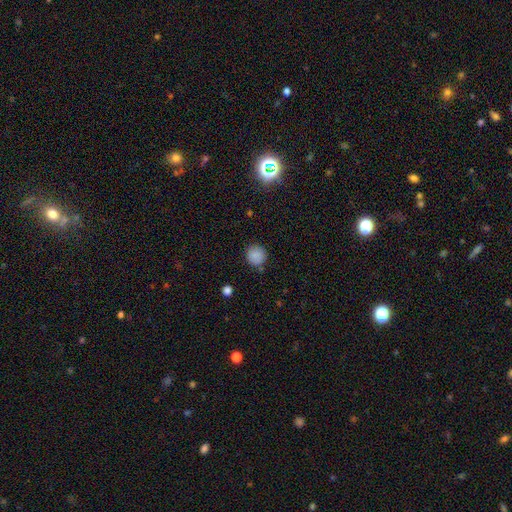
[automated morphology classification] Smooth or featured? Predicted: smooth (p=0.85). How rounded? Predicted: round (p=0.92). Merging? Predicted: none (p=0.82).